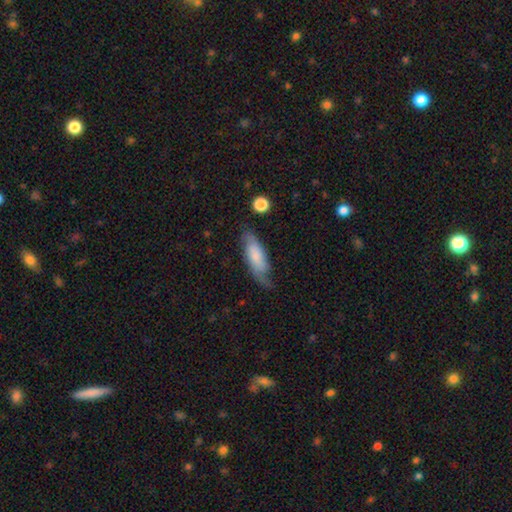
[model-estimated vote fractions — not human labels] This is possibly a smooth galaxy (48%). Merging: likely none (64%).